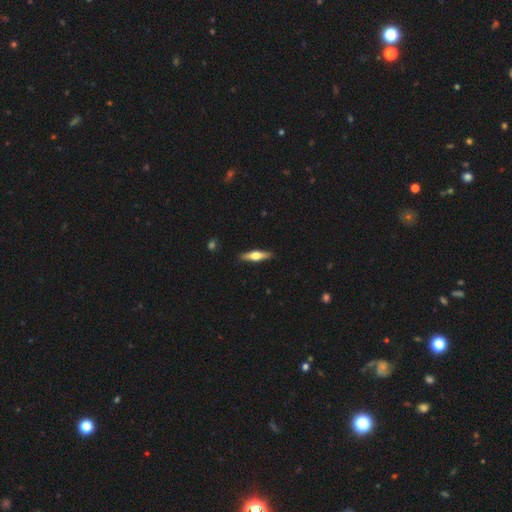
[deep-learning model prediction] Smooth or featured? featured or disk (53%)
Edge-on disk? yes (94%)
Merging? none (90%)